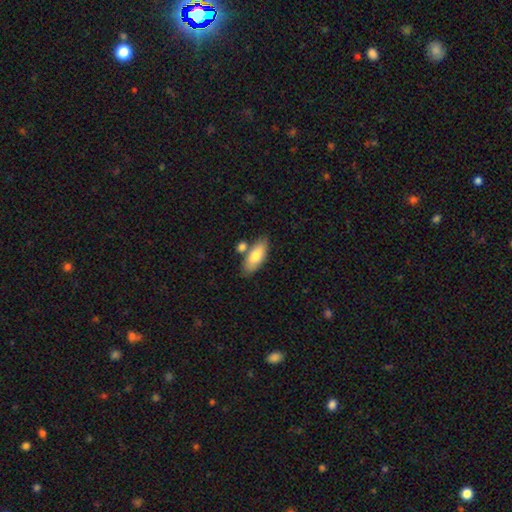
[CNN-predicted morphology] The model was most divided on "merging": none: 67%, merger: 17%, minor disturbance: 13%, major disturbance: 3%. More confident: how rounded — in between (80%); smooth or featured — smooth (76%).